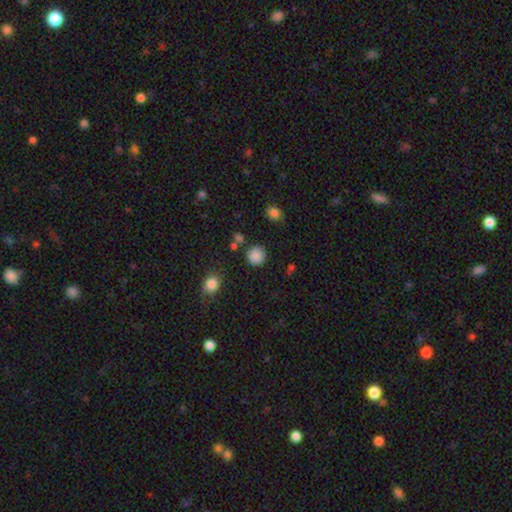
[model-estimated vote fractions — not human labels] Overall: smooth (86%). How rounded: round (92%). Merging: none (84%).